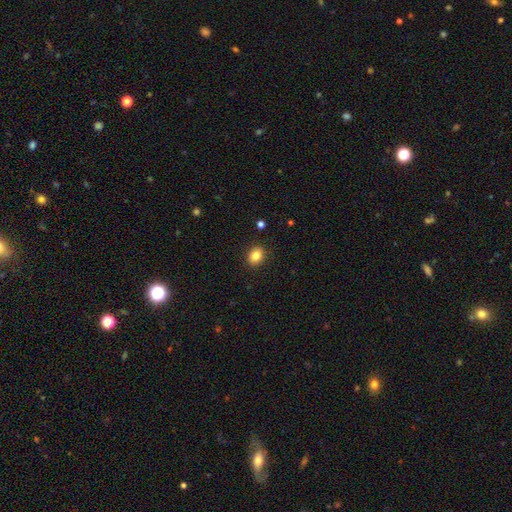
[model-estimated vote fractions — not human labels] Smooth or featured? smooth (83%)
How rounded? round (50%)
Merging? none (90%)